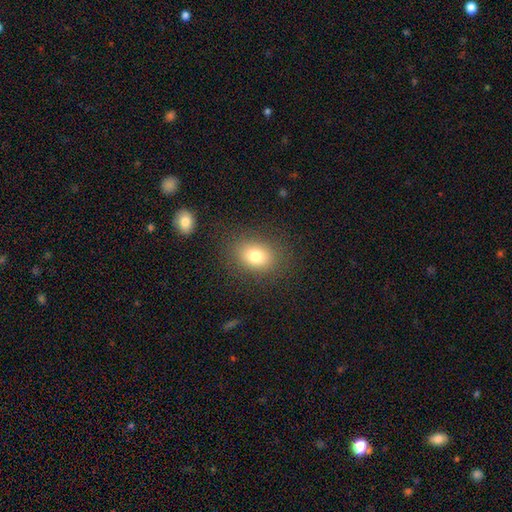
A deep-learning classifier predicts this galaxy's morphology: This is likely a smooth galaxy (78%). How rounded: possibly in between (60%). Merging: clearly none (85%).